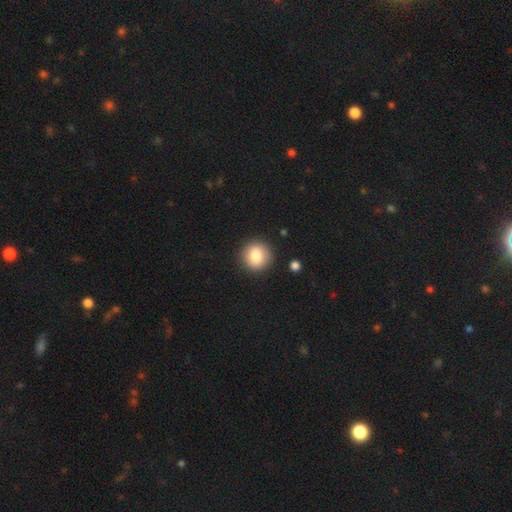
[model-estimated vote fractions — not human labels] Smooth or featured? Predicted: smooth (p=0.83). How rounded? Predicted: round (p=0.91). Merging? Predicted: none (p=0.89).